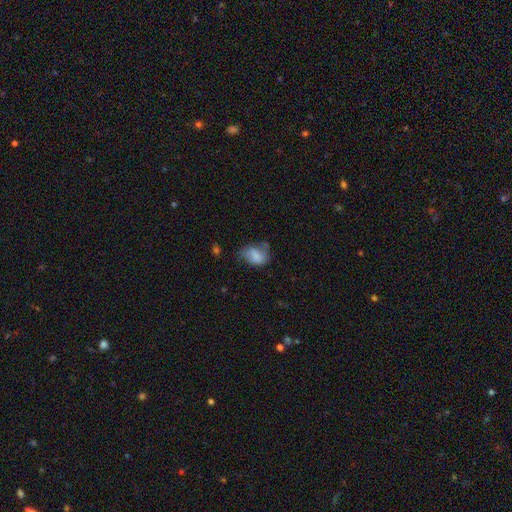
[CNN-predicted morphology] smooth_or_featured: smooth (p=0.70) [alt: featured or disk p=0.21]
how_rounded: in between (p=0.79) [alt: round p=0.20]
merging: none (p=0.38) [alt: minor disturbance p=0.36]